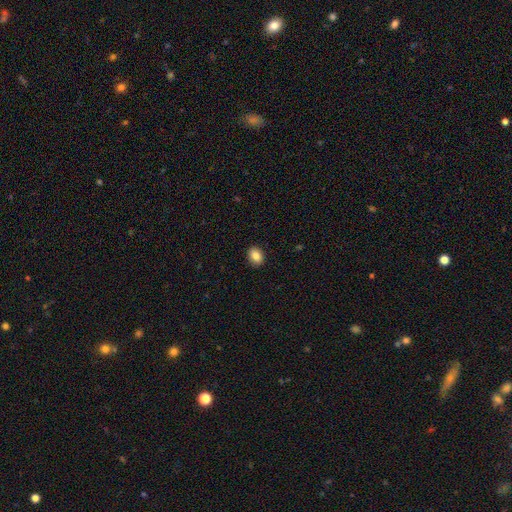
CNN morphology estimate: Q: Smooth or featured?
A: smooth (87%); runner-up: star or artifact (9%)
Q: How rounded?
A: in between (64%); runner-up: round (35%)
Q: Merging?
A: none (91%); runner-up: minor disturbance (7%)